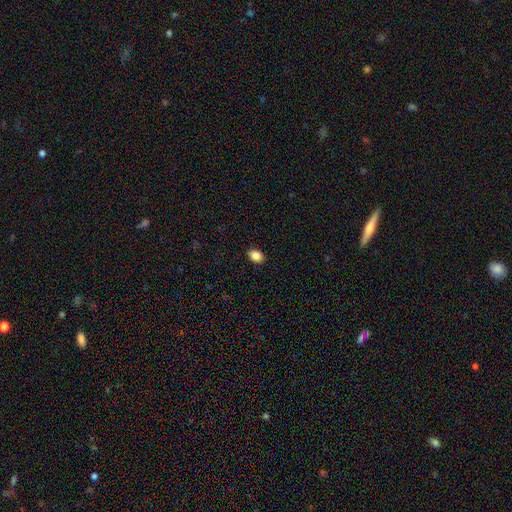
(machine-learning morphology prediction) Smooth or featured?
  - smooth: 87% *
  - star or artifact: 9%
  - featured or disk: 4%
How rounded?
  - in between: 70% *
  - round: 29%
  - cigar-shaped: 1%
Merging?
  - none: 90% *
  - minor disturbance: 8%
  - major disturbance: 2%
  - merger: 1%